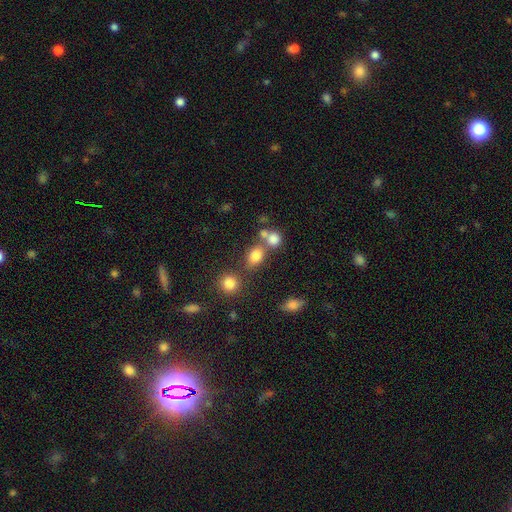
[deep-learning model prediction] This is likely a smooth galaxy (77%). How rounded: possibly in between (59%). Merging: possibly none (52%).